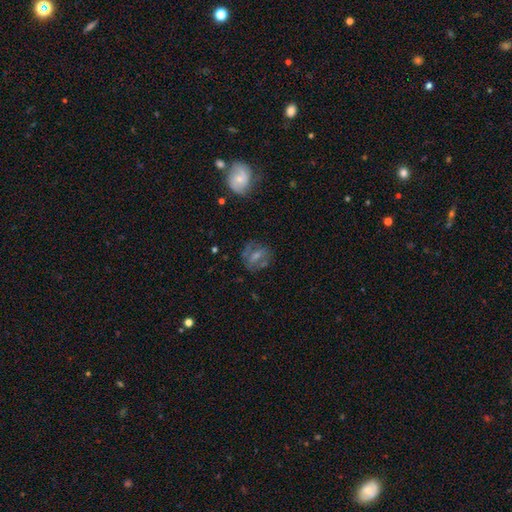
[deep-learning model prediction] Morphology: type=featured or disk (54%); edge-on=no (95%); bar=weak (45%); spiral arms=yes (68%); bulge=small (47%); merging=none (74%).